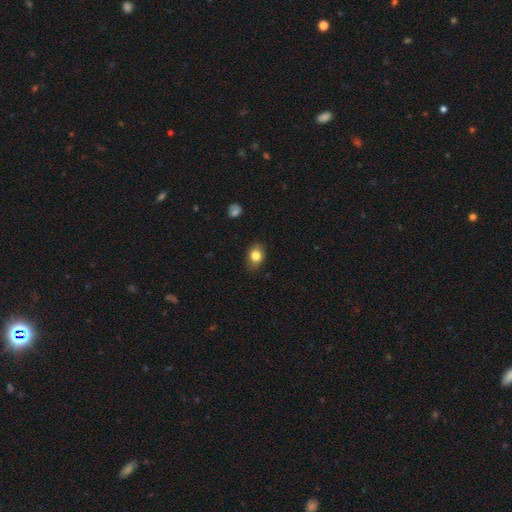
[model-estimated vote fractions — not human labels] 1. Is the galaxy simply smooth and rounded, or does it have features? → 82% smooth, 9% star or artifact, 9% featured or disk.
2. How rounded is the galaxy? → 60% in between, 39% round, 1% cigar-shaped.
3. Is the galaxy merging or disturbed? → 81% none, 15% minor disturbance, 3% major disturbance, 1% merger.